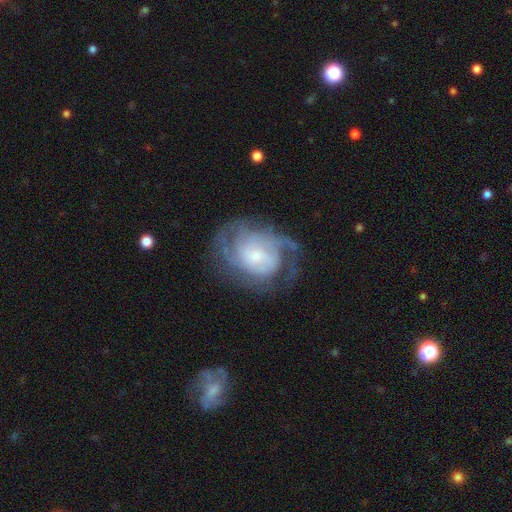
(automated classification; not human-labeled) This appears to be a featured or disk galaxy (79%) with no bar (63%), tight (49%) spiral arms (91%) and a small central bulge (61%). Merging: none (60%).